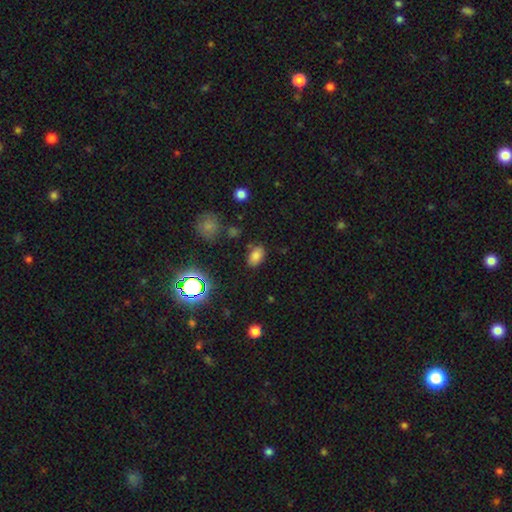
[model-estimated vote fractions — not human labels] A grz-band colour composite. It shows a smooth galaxy with no disk features (76%) that is in between round and cigar-shaped (87%). Merging: none (80%).